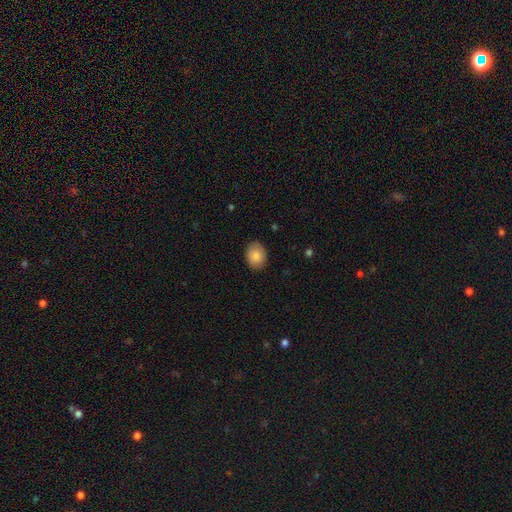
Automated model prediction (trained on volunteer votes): Q: Smooth or featured?
A: smooth (83%); runner-up: featured or disk (10%)
Q: How rounded?
A: in between (65%); runner-up: round (34%)
Q: Merging?
A: none (85%); runner-up: minor disturbance (12%)